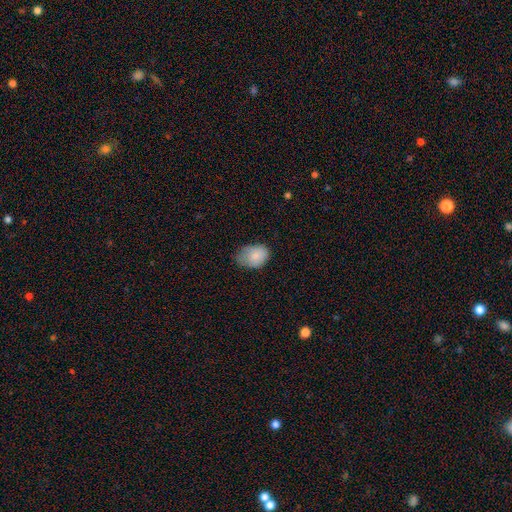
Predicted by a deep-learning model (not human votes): Smooth or featured: smooth — 84% (featured or disk — 8%)
How rounded: in between — 74% (round — 25%)
Merging: none — 46% (minor disturbance — 41%)